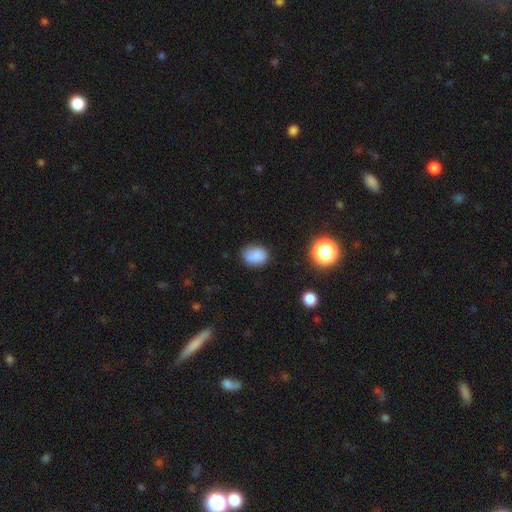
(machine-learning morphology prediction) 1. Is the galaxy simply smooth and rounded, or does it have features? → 83% smooth, 11% star or artifact, 6% featured or disk.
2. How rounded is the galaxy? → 62% in between, 37% round, 1% cigar-shaped.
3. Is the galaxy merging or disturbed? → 74% none, 19% minor disturbance, 4% major disturbance, 3% merger.